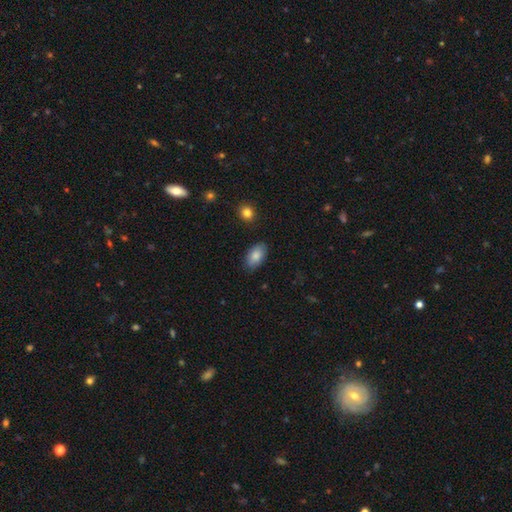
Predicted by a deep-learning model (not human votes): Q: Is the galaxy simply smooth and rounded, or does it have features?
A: smooth — 85%.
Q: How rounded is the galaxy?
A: in between — 94%.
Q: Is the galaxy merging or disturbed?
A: none — 84%.